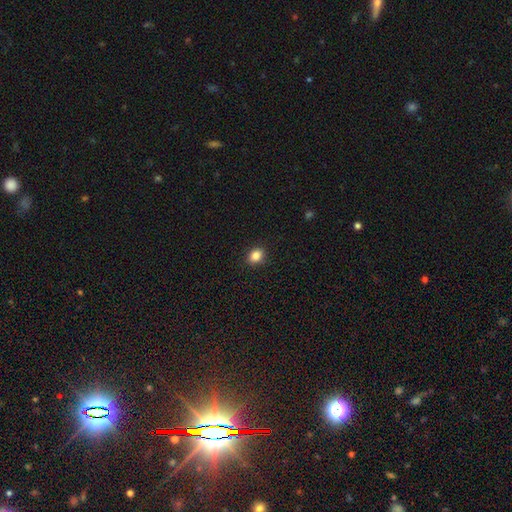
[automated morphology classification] Q: Smooth or featured?
A: smooth (86%); runner-up: star or artifact (10%)
Q: How rounded?
A: in between (61%); runner-up: round (38%)
Q: Merging?
A: none (90%); runner-up: minor disturbance (7%)